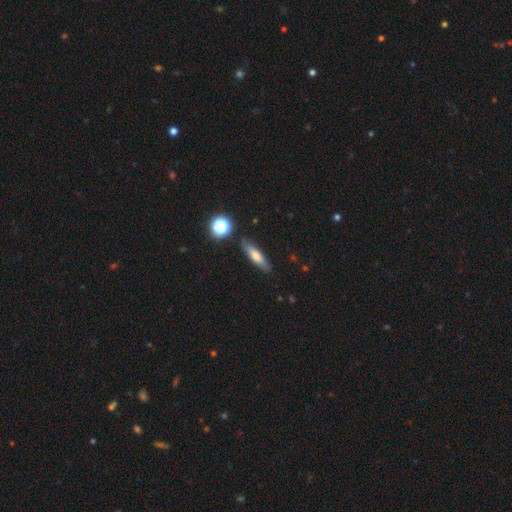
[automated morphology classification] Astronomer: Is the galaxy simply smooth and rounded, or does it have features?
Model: smooth — 65%.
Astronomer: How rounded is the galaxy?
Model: cigar-shaped — 69%.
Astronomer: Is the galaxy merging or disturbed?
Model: none — 84%.